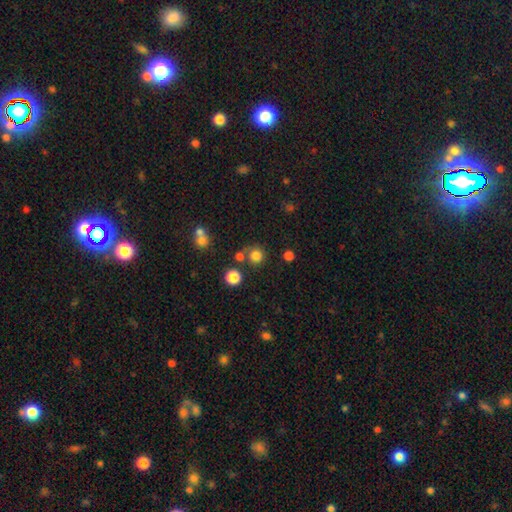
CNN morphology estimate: Q: Smooth or featured?
A: smooth (79%); runner-up: star or artifact (15%)
Q: How rounded?
A: round (92%); runner-up: in between (7%)
Q: Merging?
A: none (71%); runner-up: merger (15%)